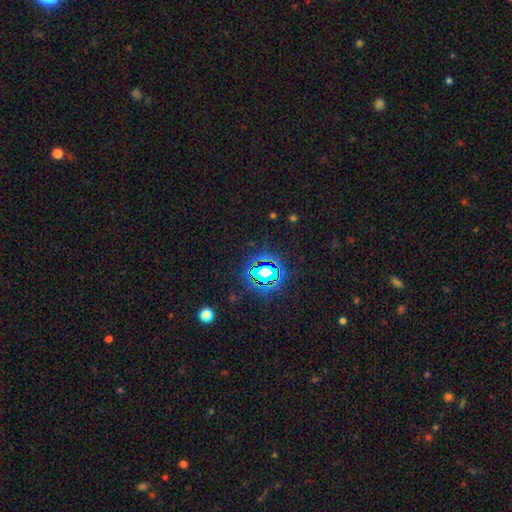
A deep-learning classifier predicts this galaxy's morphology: Smooth or featured? Predicted: star or artifact (p=0.78).